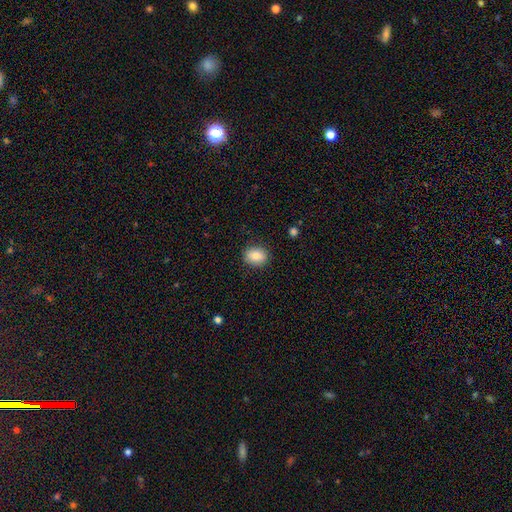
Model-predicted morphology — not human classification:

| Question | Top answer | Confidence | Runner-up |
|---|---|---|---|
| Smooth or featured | smooth | 84% | star or artifact (9%) |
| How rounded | round | 51% | in between (47%) |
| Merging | none | 88% | minor disturbance (9%) |